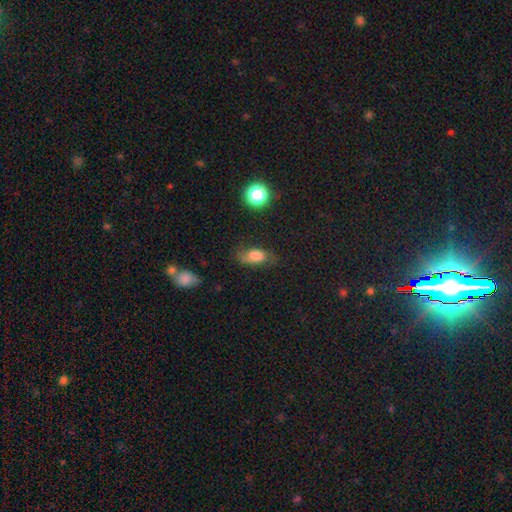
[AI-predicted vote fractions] smooth_or_featured: smooth (p=0.59) [alt: featured or disk p=0.29]
how_rounded: in between (p=0.85) [alt: round p=0.09]
merging: none (p=0.57) [alt: minor disturbance p=0.27]